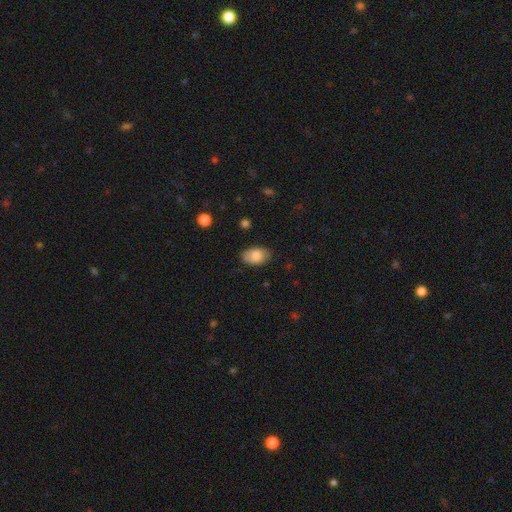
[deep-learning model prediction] smooth 82%, featured or disk 11%, star or artifact 7%. Down the decision tree: how rounded — in between (90%); merging — none (80%).